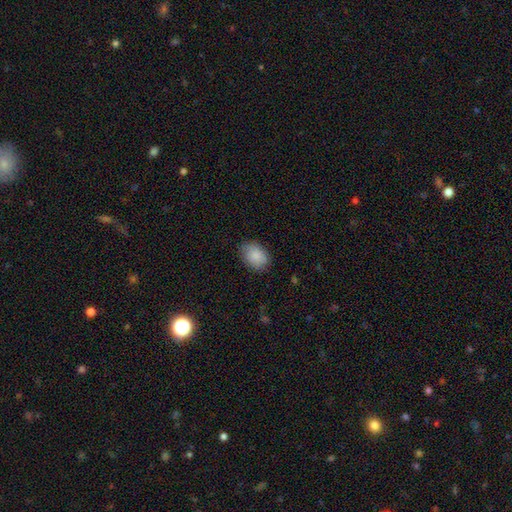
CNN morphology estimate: A smooth galaxy with no disk features (88%) that is in between round and cigar-shaped (75%).

Vote fractions:
- Smooth or featured? smooth: 88% / star or artifact: 7% / featured or disk: 5%
- How rounded? in between: 75% / round: 24% / cigar-shaped: 1%
- Merging? none: 81% / minor disturbance: 15% / major disturbance: 3% / merger: 1%